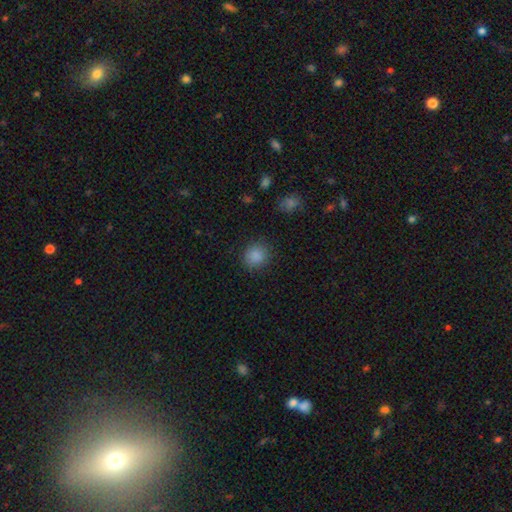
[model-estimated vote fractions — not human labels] Morphology: type=smooth (87%); roundness=round (84%); merging=none (87%).